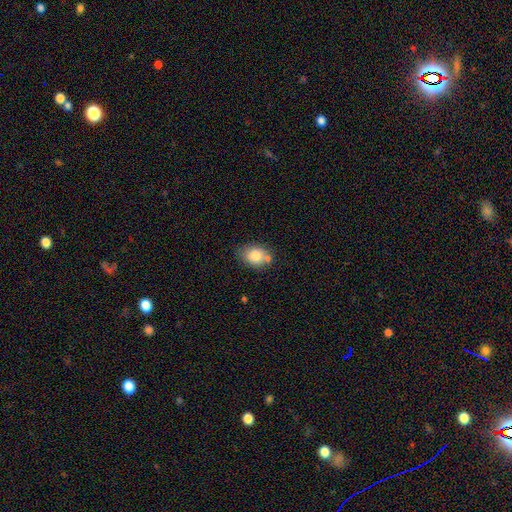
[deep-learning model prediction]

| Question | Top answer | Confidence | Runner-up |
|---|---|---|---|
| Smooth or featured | smooth | 82% | featured or disk (9%) |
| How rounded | in between | 63% | round (36%) |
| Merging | none | 64% | minor disturbance (18%) |